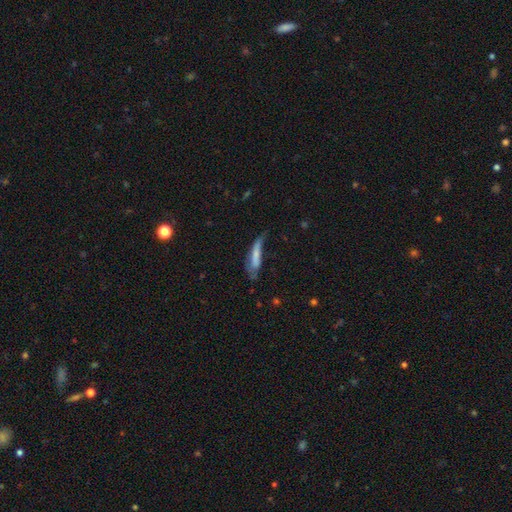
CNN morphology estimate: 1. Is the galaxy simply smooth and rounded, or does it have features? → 62% smooth, 30% featured or disk, 8% star or artifact.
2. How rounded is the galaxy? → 67% cigar-shaped, 31% in between, 2% round.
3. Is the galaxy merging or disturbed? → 33% minor disturbance, 32% major disturbance, 30% none, 4% merger.